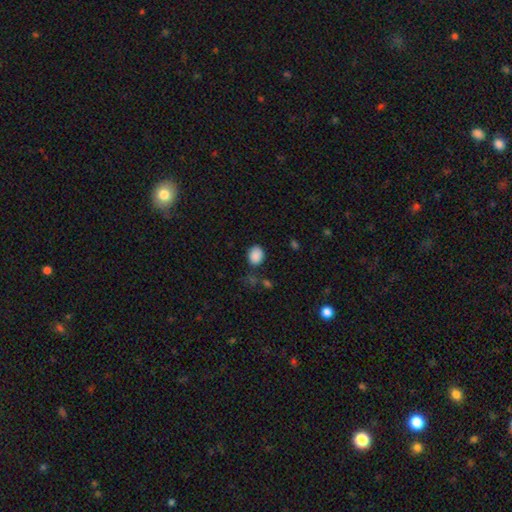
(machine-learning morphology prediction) smooth 88%, star or artifact 9%, featured or disk 3%. Down the decision tree: how rounded — in between (54%); merging — none (76%).